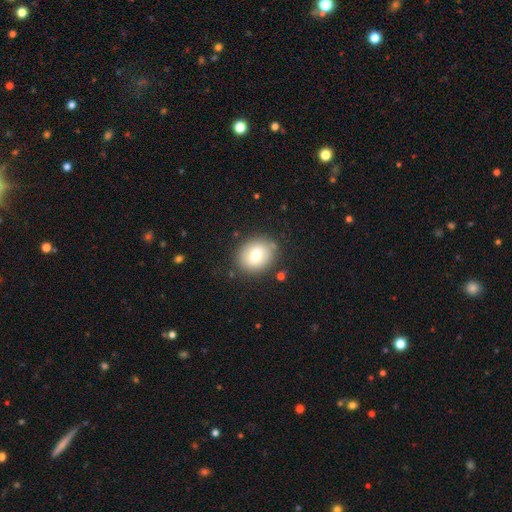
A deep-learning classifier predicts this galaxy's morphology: Smooth or featured? Predicted: smooth (p=0.71). How rounded? Predicted: round (p=0.56). Merging? Predicted: none (p=0.83).